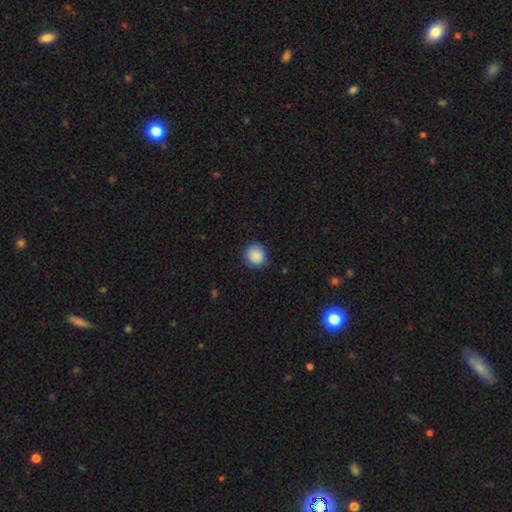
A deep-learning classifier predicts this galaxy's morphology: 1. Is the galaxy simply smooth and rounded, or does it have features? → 89% smooth, 8% star or artifact, 3% featured or disk.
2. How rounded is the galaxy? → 90% round, 10% in between, 1% cigar-shaped.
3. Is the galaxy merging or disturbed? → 83% none, 13% minor disturbance, 3% major disturbance, 1% merger.